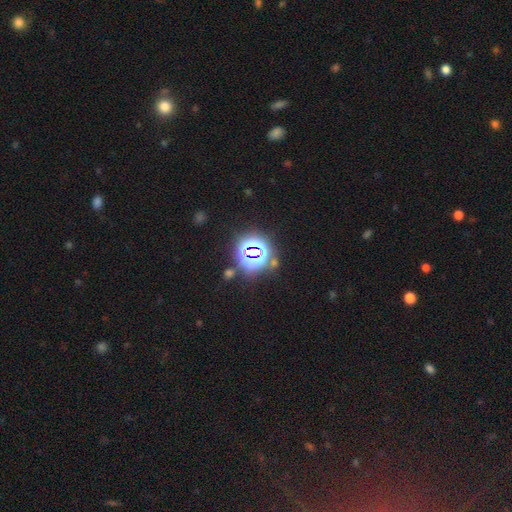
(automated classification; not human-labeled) Smooth or featured? star or artifact (77%)